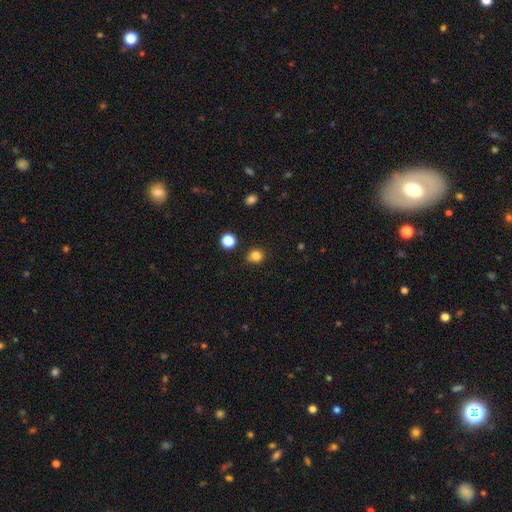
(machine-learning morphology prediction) smooth_or_featured: smooth (p=0.82) [alt: star or artifact p=0.13]
how_rounded: round (p=0.84) [alt: in between p=0.15]
merging: none (p=0.81) [alt: minor disturbance p=0.13]